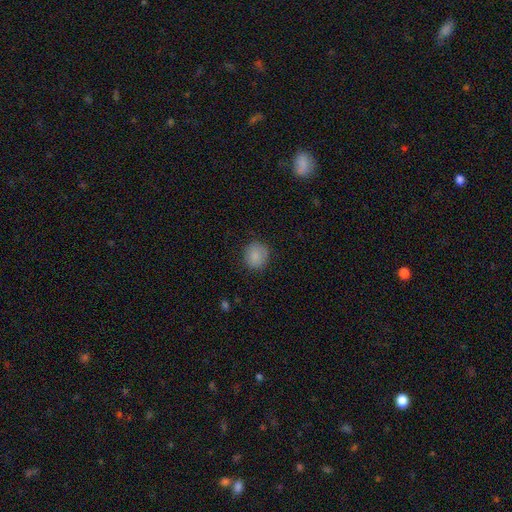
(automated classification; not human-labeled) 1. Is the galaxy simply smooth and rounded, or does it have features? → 86% smooth, 9% star or artifact, 5% featured or disk.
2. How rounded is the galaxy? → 87% round, 12% in between, 1% cigar-shaped.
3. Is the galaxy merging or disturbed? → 84% none, 12% minor disturbance, 3% major disturbance, 1% merger.